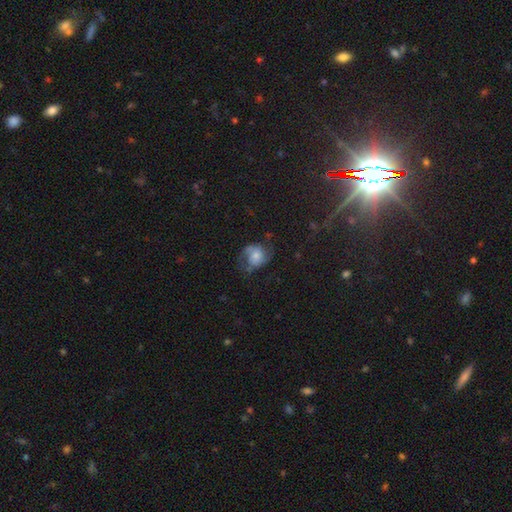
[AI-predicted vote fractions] This is possibly a featured or disk galaxy (56%). It is clearly not viewed edge-on (97%). Bar: likely no (72%). Spiral arm pattern: clearly yes (86%). Central bulge: marginally moderate (40%). Merging: possibly none (54%).